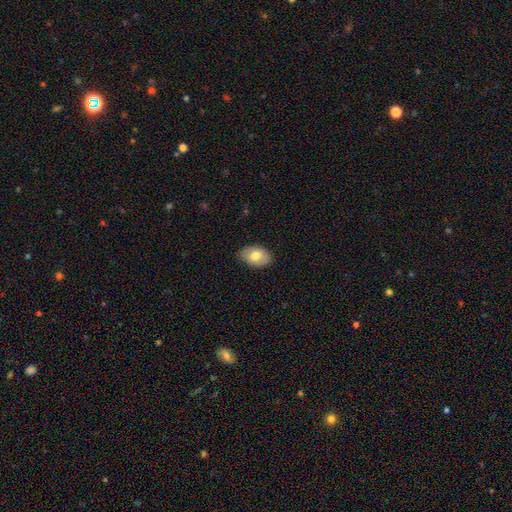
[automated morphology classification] smooth-or-featured: smooth: 73% | featured or disk: 20% | star or artifact: 7%
  how-rounded: in between: 87% | round: 12% | cigar-shaped: 1%
  merging: none: 81% | minor disturbance: 15% | major disturbance: 2% | merger: 1%